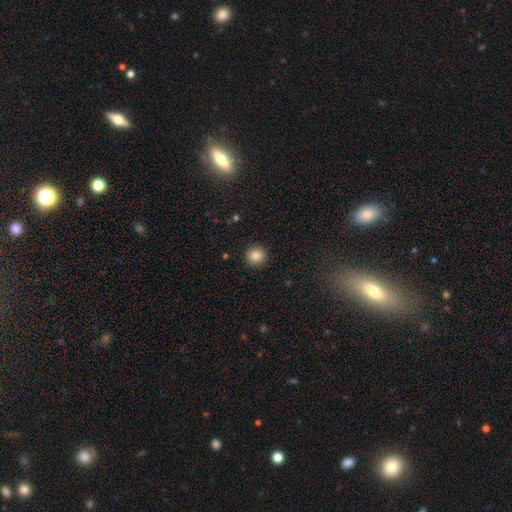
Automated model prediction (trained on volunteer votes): Morphology: type=smooth (84%); roundness=round (95%); merging=none (93%).